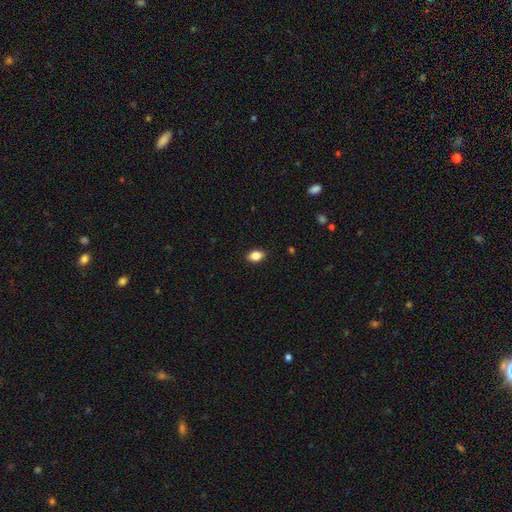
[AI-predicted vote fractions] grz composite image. It shows a smooth galaxy with no disk features (85%) that is in between round and cigar-shaped (84%). Merging: none (87%).